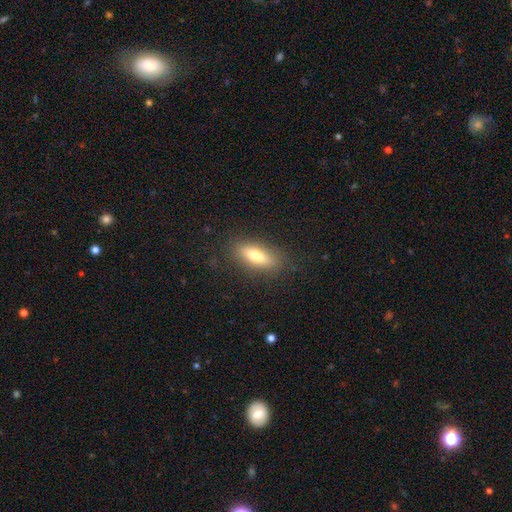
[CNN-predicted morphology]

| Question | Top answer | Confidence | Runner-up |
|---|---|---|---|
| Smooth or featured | smooth | 73% | featured or disk (19%) |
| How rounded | in between | 69% | cigar-shaped (27%) |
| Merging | none | 85% | minor disturbance (10%) |